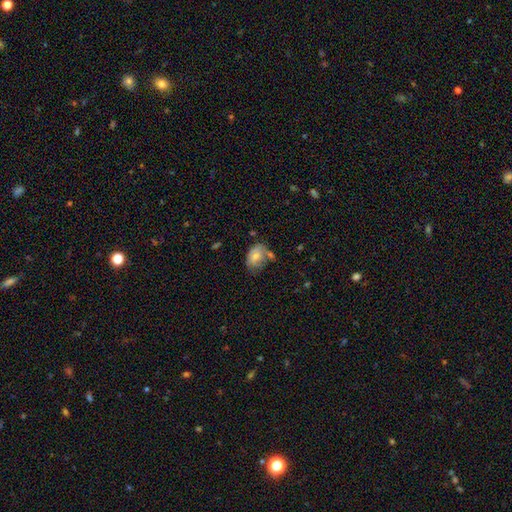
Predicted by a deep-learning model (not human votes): Smooth or featured? smooth (68%)
How rounded? in between (80%)
Merging? none (40%)